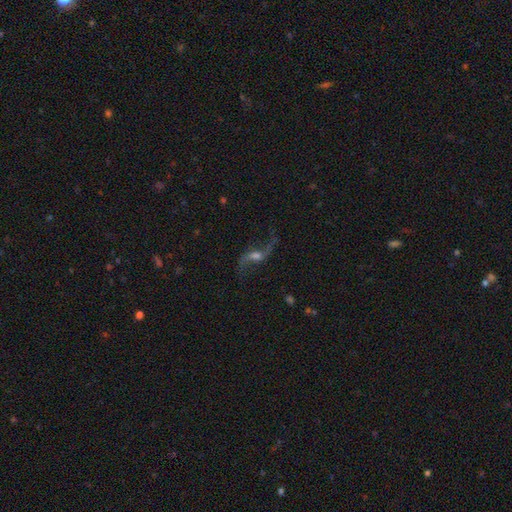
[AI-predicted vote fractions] Q: Smooth or featured?
A: featured or disk (85%); runner-up: star or artifact (8%)
Q: Edge-on disk?
A: no (91%); runner-up: yes (9%)
Q: Bar?
A: weak (42%); runner-up: no (39%)
Q: Spiral arms?
A: yes (95%); runner-up: no (5%)
Q: Spiral winding?
A: loose (92%); runner-up: medium (6%)
Q: Spiral arm count?
A: 2 (93%); runner-up: 1 (2%)
Q: Bulge size?
A: moderate (51%); runner-up: small (30%)
Q: Merging?
A: none (76%); runner-up: minor disturbance (12%)